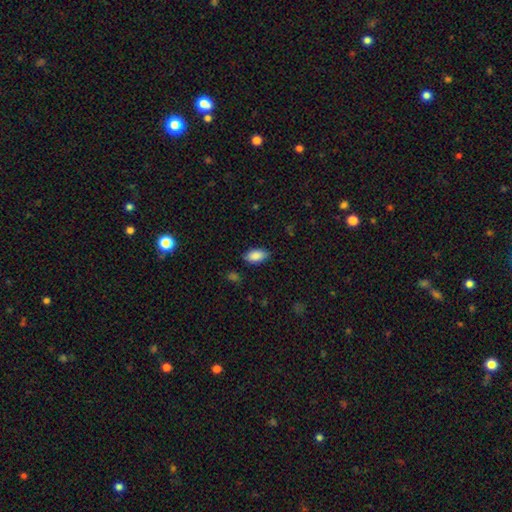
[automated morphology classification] Smooth or featured? Predicted: smooth (p=0.87). How rounded? Predicted: in between (p=0.92). Merging? Predicted: none (p=0.81).